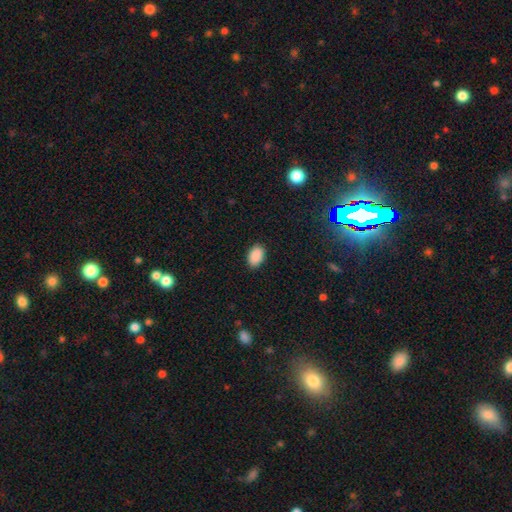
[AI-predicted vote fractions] Smooth or featured? Predicted: smooth (p=0.90). How rounded? Predicted: in between (p=0.90). Merging? Predicted: none (p=0.89).